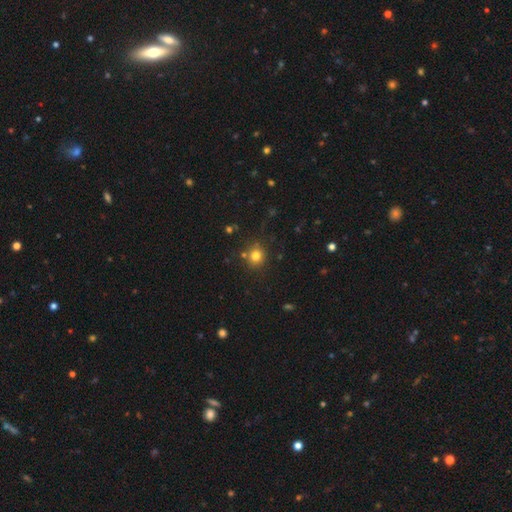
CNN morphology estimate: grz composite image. It shows a smooth galaxy with no disk features (79%) that is round (85%). Merging: none (79%).